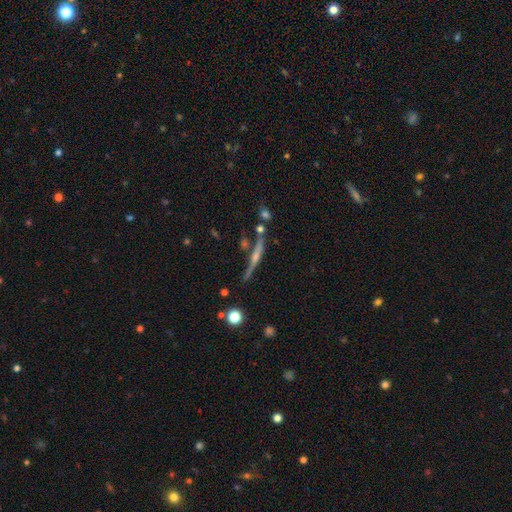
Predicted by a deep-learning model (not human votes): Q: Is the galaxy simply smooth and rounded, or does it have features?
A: featured or disk — 76%.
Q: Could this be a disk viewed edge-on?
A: yes — 97%.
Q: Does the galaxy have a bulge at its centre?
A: rounded — 74%.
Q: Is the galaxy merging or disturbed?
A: none — 76%.